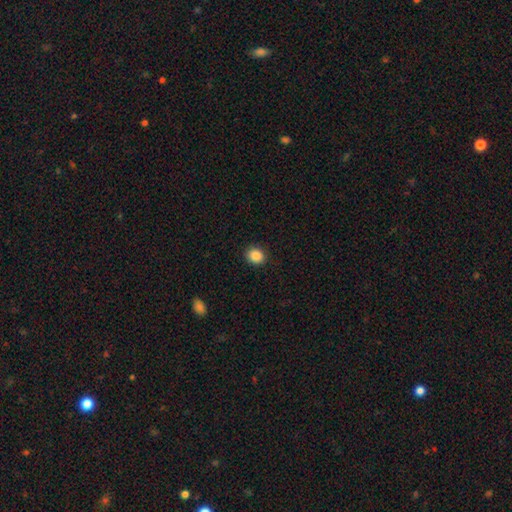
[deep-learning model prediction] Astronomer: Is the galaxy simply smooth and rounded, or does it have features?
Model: smooth — 88%.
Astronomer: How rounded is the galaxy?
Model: round — 65%.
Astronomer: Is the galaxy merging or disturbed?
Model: none — 91%.